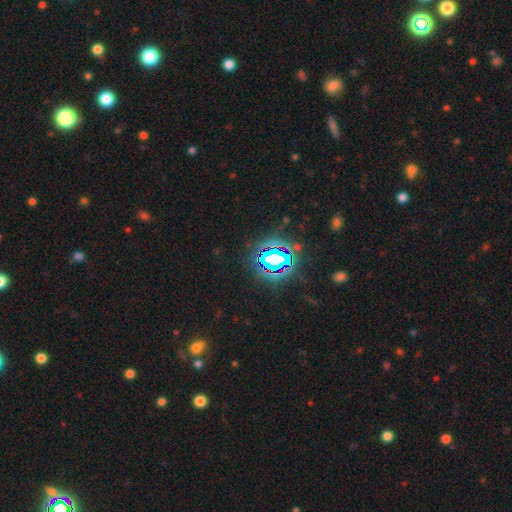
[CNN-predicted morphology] Smooth or featured? Predicted: star or artifact (p=0.80).